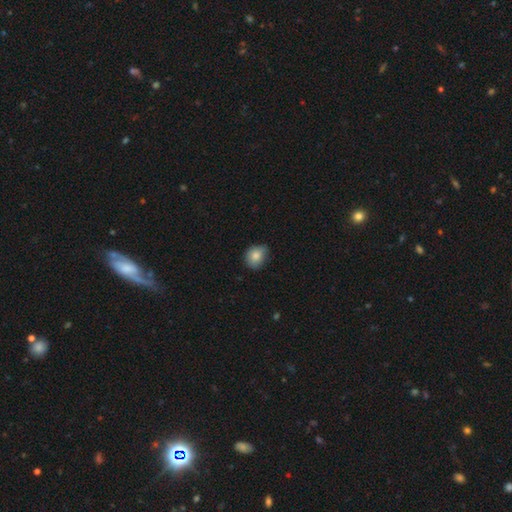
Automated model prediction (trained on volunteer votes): This is clearly a smooth galaxy (84%). How rounded: likely round (62%). Merging: likely none (62%).